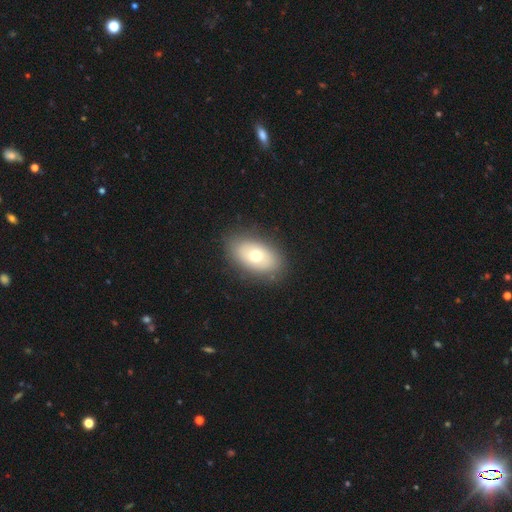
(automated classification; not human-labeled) Smooth or featured?
  - smooth: 66% *
  - featured or disk: 26%
  - star or artifact: 8%
How rounded?
  - in between: 89% *
  - round: 9%
  - cigar-shaped: 2%
Merging?
  - none: 84% *
  - minor disturbance: 11%
  - major disturbance: 3%
  - merger: 1%